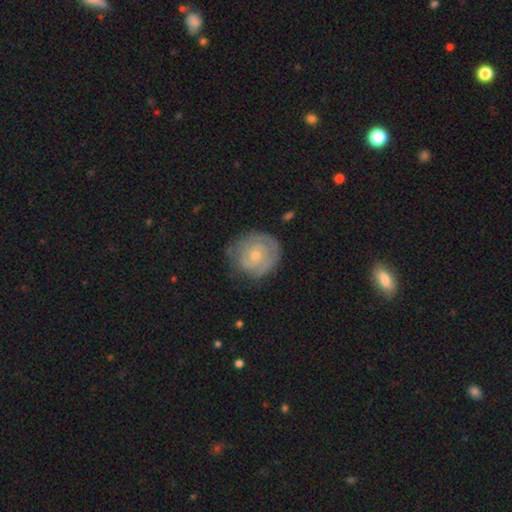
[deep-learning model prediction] The model was most divided on "bulge size": small: 62%, moderate: 35%, large: 1%, none: 1%, dominant: 1%. More confident: edge-on disk — no (97%); bar — no (80%); spiral arms — yes (75%); merging — none (68%); smooth or featured — featured or disk (66%).